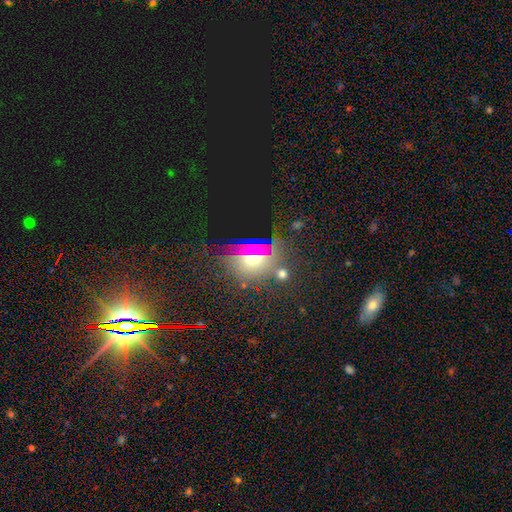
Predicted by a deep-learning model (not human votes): Overall: star or artifact (41%; smooth 35%).